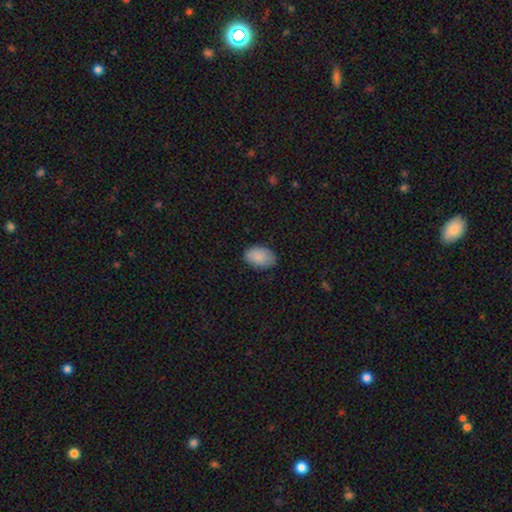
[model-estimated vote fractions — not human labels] Morphology: type=smooth (88%); roundness=in between (89%); merging=none (76%).